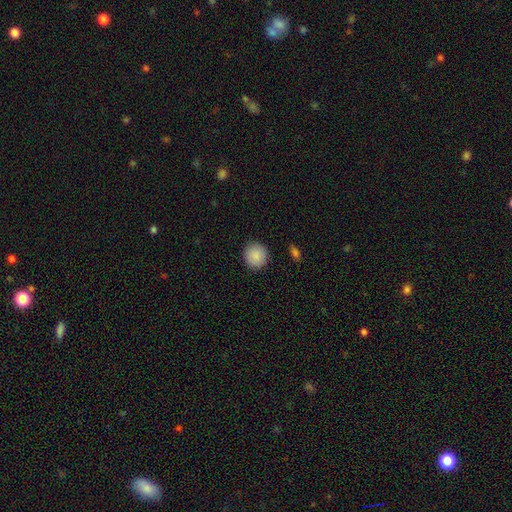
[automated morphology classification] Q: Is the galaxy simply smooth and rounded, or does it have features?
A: smooth — 89%.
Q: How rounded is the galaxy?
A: round — 92%.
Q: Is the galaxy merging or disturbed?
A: none — 91%.